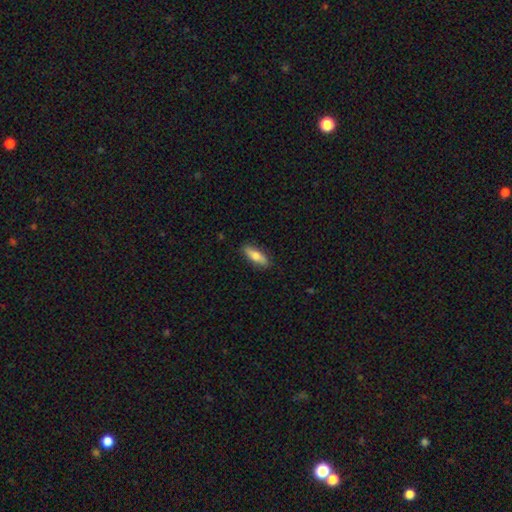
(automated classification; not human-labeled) Smooth or featured: smooth — 72% (featured or disk — 22%)
How rounded: in between — 49% (tied with cigar-shaped — 49%)
Merging: none — 87% (minor disturbance — 10%)